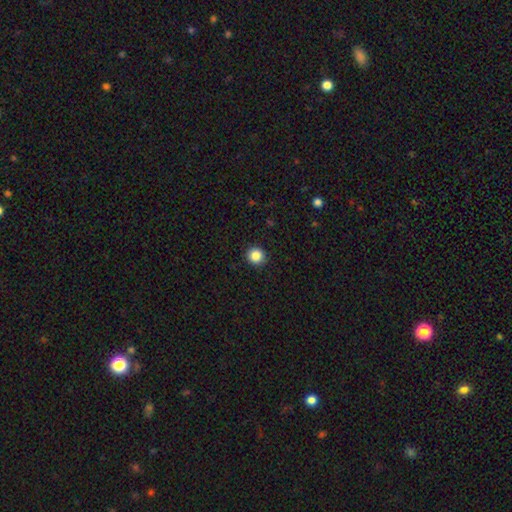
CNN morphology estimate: A smooth galaxy with no disk features (86%) that is round (93%).

Vote fractions:
- Smooth or featured? smooth: 86% / star or artifact: 10% / featured or disk: 4%
- How rounded? round: 93% / in between: 6% / cigar-shaped: 1%
- Merging? none: 92% / minor disturbance: 6% / major disturbance: 2% / merger: 1%